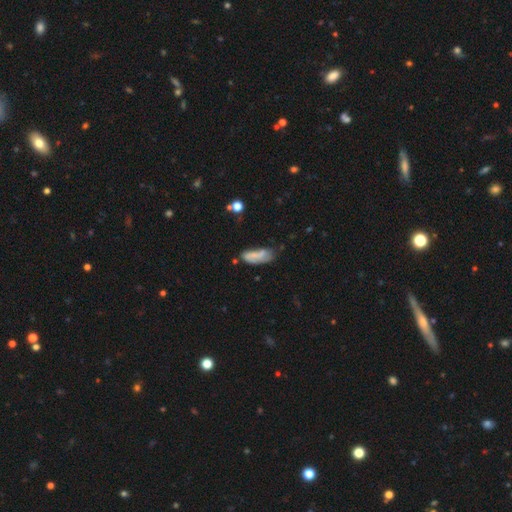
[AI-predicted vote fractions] smooth-or-featured: smooth: 64% | featured or disk: 27% | star or artifact: 9%
  how-rounded: in between: 73% | cigar-shaped: 25% | round: 2%
  merging: none: 46% | minor disturbance: 31% | major disturbance: 14% | merger: 8%